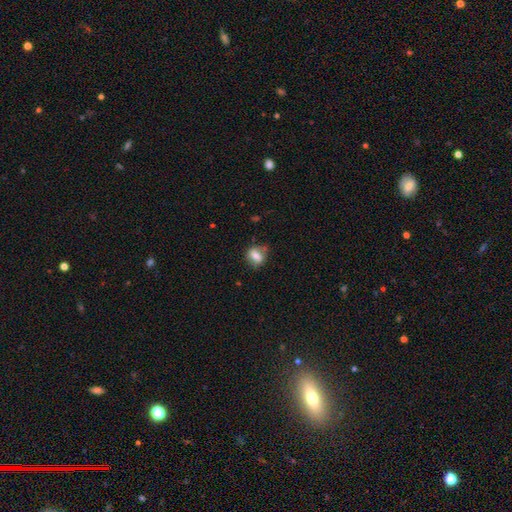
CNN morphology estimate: type=smooth (68%); roundness=in between (49%); merging=none (68%).